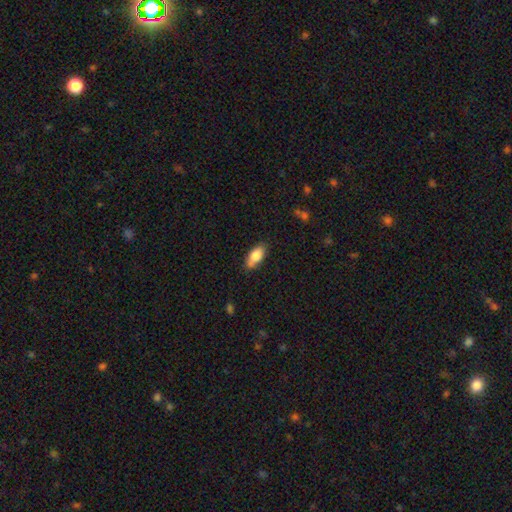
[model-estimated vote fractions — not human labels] smooth 81%, featured or disk 13%, star or artifact 7%. Down the decision tree: how rounded — in between (87%); merging — none (78%).